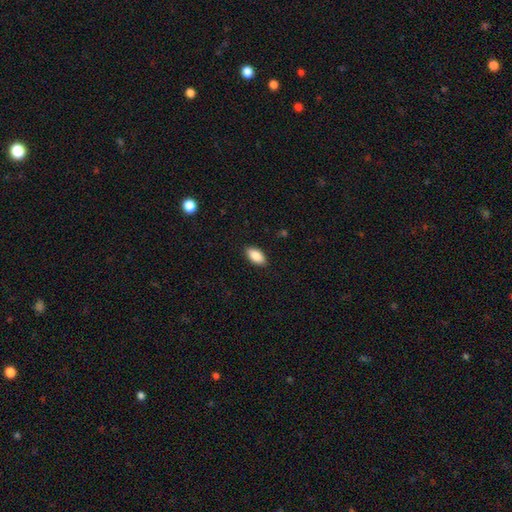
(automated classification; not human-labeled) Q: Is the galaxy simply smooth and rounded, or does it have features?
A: smooth — 88%.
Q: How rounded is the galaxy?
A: in between — 93%.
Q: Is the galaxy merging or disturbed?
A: none — 89%.